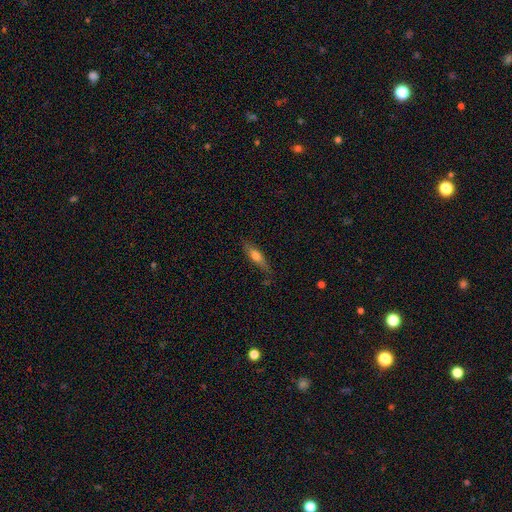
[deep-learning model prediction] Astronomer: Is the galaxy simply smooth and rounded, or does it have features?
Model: smooth — 58% (runner-up: featured or disk, 35%).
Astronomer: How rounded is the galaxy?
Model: cigar-shaped — 70%.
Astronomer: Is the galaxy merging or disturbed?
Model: none — 79%.